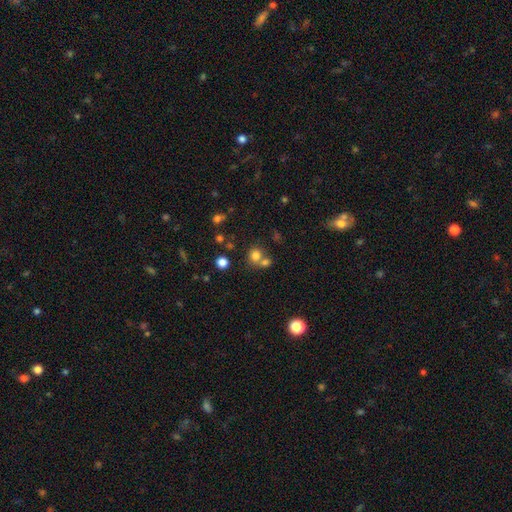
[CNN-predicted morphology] Smooth or featured? Predicted: smooth (p=0.75). How rounded? Predicted: round (p=0.81). Merging? Predicted: none (p=0.49).